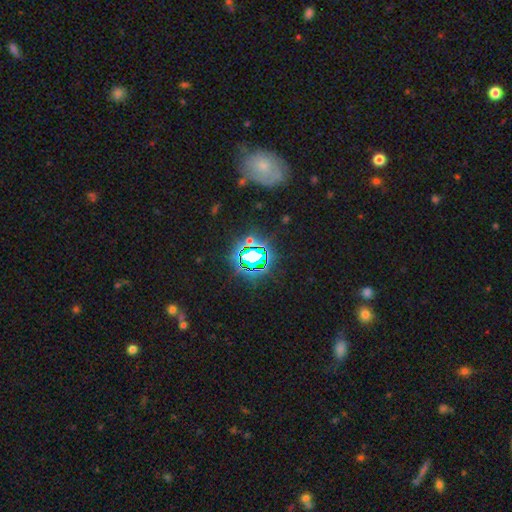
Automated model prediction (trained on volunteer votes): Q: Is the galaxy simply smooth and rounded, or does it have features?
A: star or artifact — 76%.